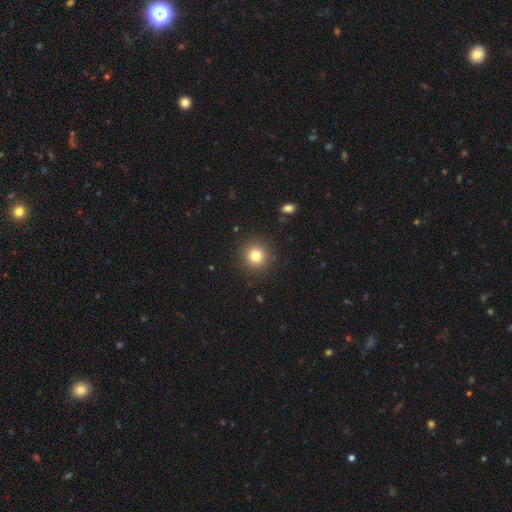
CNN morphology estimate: A smooth galaxy with no disk features (81%) that is round (92%).

Vote fractions:
- Smooth or featured? smooth: 81% / star or artifact: 12% / featured or disk: 7%
- How rounded? round: 92% / in between: 7% / cigar-shaped: 1%
- Merging? none: 90% / minor disturbance: 6% / major disturbance: 3% / merger: 1%